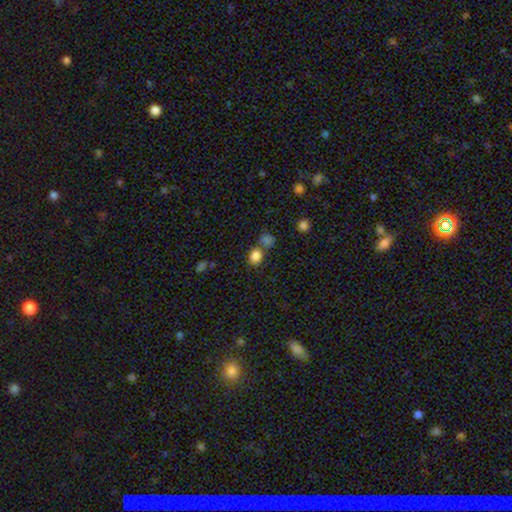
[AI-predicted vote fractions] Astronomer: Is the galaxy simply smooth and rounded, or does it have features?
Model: smooth — 83%.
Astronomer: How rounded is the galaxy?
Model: round — 65%.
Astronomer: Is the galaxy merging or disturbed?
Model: none — 64%.